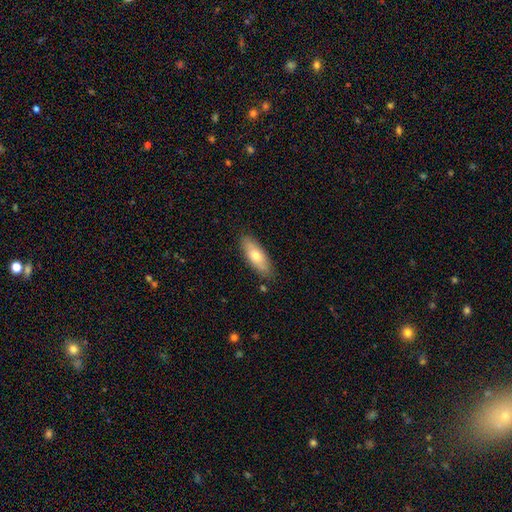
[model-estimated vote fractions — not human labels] smooth_or_featured: smooth (p=0.68) [alt: featured or disk p=0.26]
how_rounded: in between (p=0.68) [alt: cigar-shaped p=0.30]
merging: none (p=0.84) [alt: minor disturbance p=0.12]